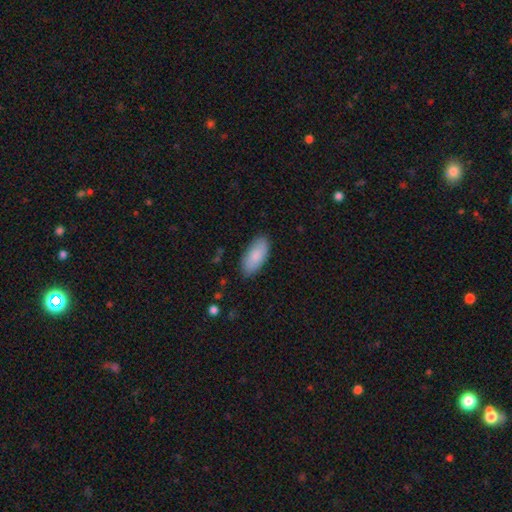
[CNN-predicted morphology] A smooth galaxy with no disk features (85%) that is in between round and cigar-shaped (91%).

Vote fractions:
- Smooth or featured? smooth: 85% / featured or disk: 9% / star or artifact: 6%
- How rounded? in between: 91% / cigar-shaped: 7% / round: 2%
- Merging? none: 85% / minor disturbance: 11% / major disturbance: 2% / merger: 1%